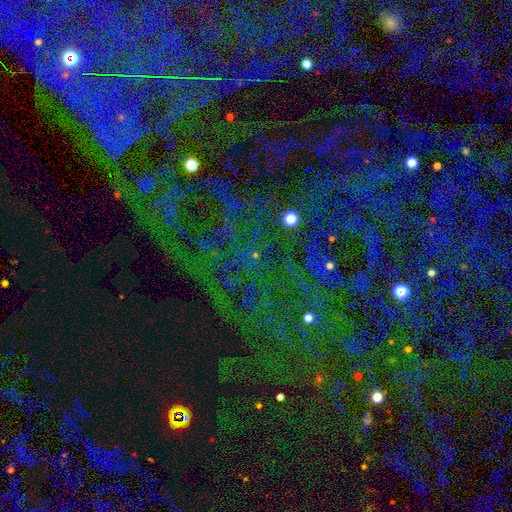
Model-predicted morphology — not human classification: smooth-or-featured: star or artifact: 74% | smooth: 16% | featured or disk: 10%